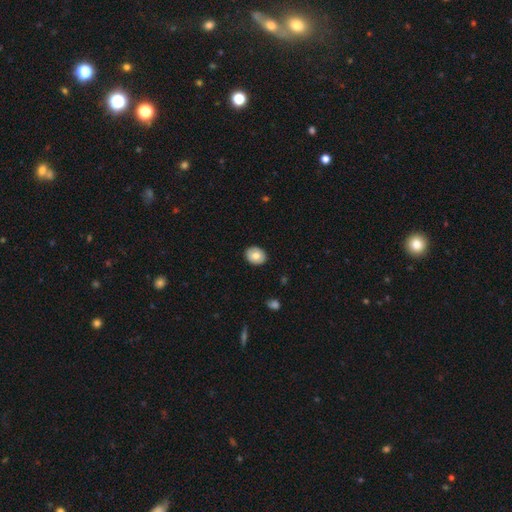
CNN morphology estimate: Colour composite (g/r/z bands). It shows a smooth galaxy with no disk features (74%) that is round (58%). Merging: none (90%).